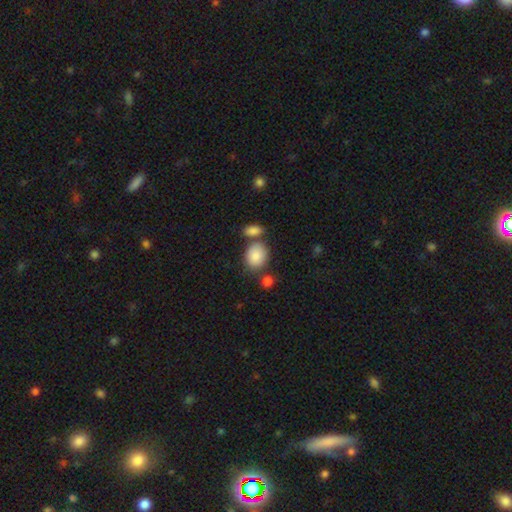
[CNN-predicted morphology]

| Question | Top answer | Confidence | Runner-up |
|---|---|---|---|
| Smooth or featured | smooth | 86% | star or artifact (8%) |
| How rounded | in between | 50% | round (49%) |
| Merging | none | 61% | merger (21%) |